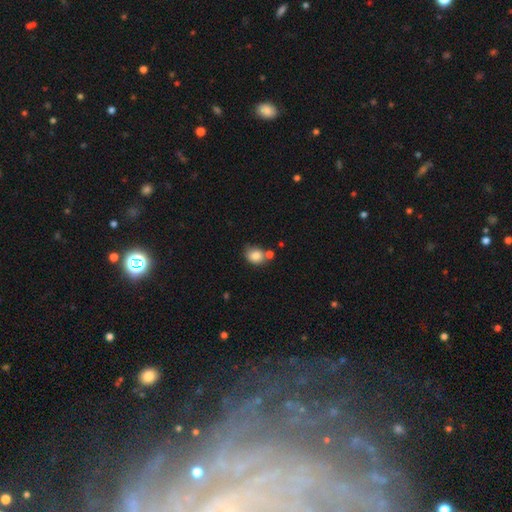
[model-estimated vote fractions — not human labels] This is clearly a smooth galaxy (82%). How rounded: possibly round (55%). Merging: possibly none (56%).